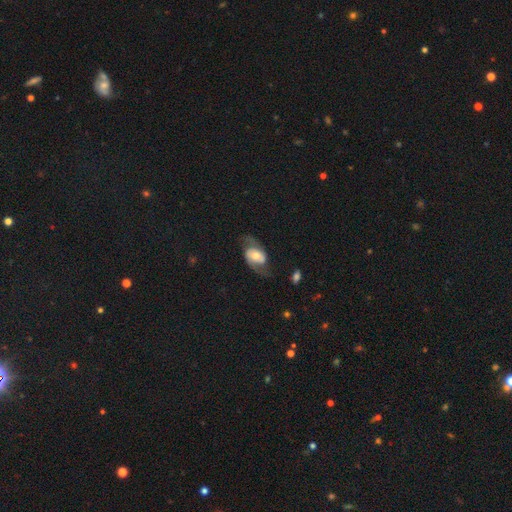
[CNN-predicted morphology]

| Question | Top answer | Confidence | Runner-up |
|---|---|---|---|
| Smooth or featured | featured or disk | 73% | smooth (21%) |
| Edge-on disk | no | 95% | yes (5%) |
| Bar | no | 52% | weak (33%) |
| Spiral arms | yes | 87% | no (13%) |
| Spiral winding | medium | 44% | loose (41%) |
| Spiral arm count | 2 | 90% | can't tell (5%) |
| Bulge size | moderate | 62% | small (21%) |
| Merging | none | 66% | minor disturbance (17%) |